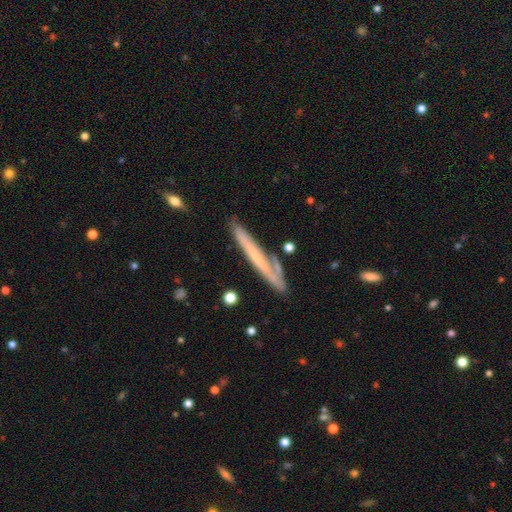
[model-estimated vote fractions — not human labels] A featured or disk galaxy (50%) viewed edge-on (85%).

Vote fractions:
- Smooth or featured? featured or disk: 50% / smooth: 43% / star or artifact: 7%
- Edge-on disk? yes: 85% / no: 15%
- Merging? none: 74% / minor disturbance: 16% / merger: 6% / major disturbance: 4%